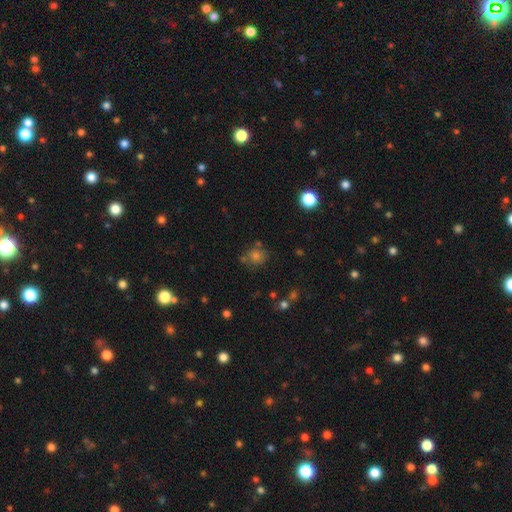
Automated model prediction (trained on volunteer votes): smooth-or-featured: smooth: 70% | star or artifact: 22% | featured or disk: 8%
  how-rounded: round: 85% | in between: 13% | cigar-shaped: 1%
  merging: none: 75% | minor disturbance: 12% | merger: 9% | major disturbance: 4%